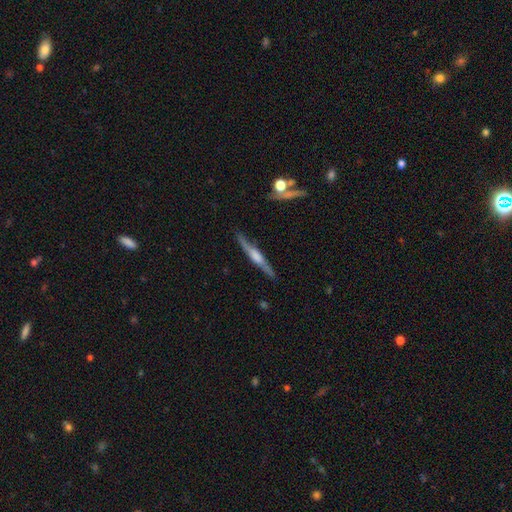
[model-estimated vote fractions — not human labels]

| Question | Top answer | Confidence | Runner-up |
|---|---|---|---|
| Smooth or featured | featured or disk | 80% | smooth (14%) |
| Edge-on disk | yes | 95% | no (5%) |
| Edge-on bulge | rounded | 69% | boxy (23%) |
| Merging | none | 84% | minor disturbance (12%) |